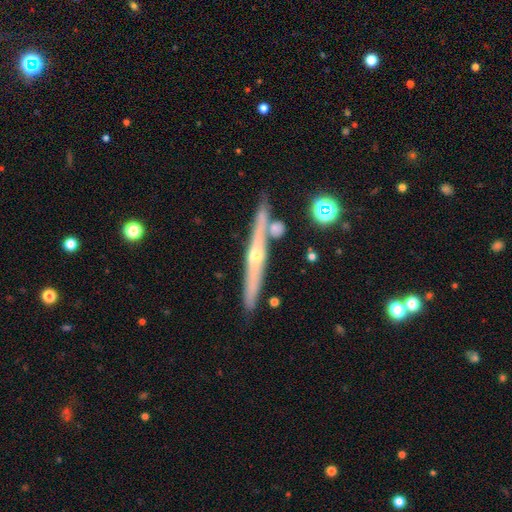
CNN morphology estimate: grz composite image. It shows a featured or disk galaxy (71%) viewed edge-on (96%) with a rounded central bulge (83%). Merging: none (78%).